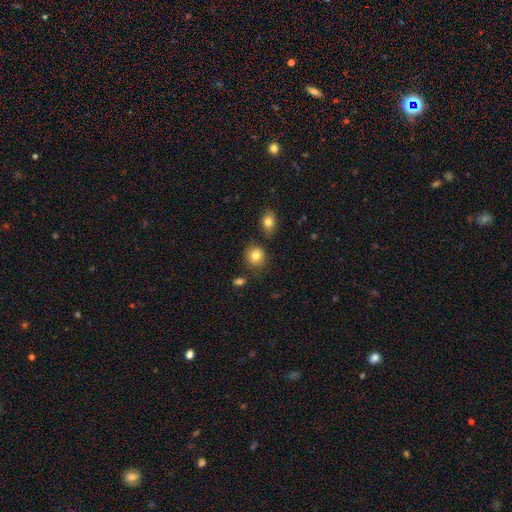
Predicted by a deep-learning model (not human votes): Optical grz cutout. It shows a smooth galaxy with no disk features (82%) that is round (82%). Merging: none (81%).